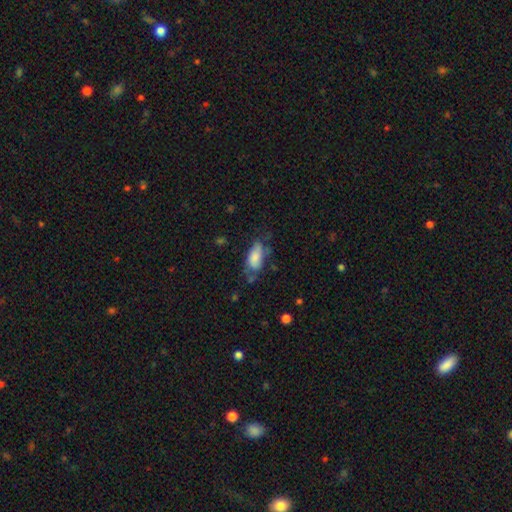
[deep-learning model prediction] A smooth galaxy with no disk features (72%) that is in between round and cigar-shaped (85%).

Vote fractions:
- Smooth or featured? smooth: 72% / featured or disk: 21% / star or artifact: 8%
- How rounded? in between: 85% / cigar-shaped: 12% / round: 3%
- Merging? none: 46% / minor disturbance: 32% / major disturbance: 17% / merger: 5%